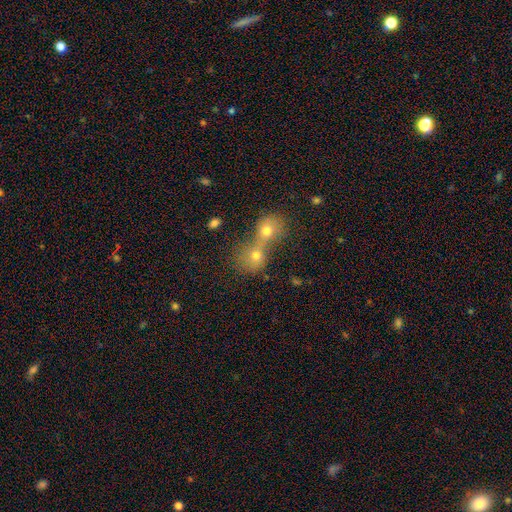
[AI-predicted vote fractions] Smooth or featured?
  - smooth: 70% *
  - featured or disk: 17%
  - star or artifact: 13%
How rounded?
  - round: 75% *
  - in between: 24%
  - cigar-shaped: 1%
Merging?
  - merger: 73% *
  - none: 19%
  - minor disturbance: 4%
  - major disturbance: 4%